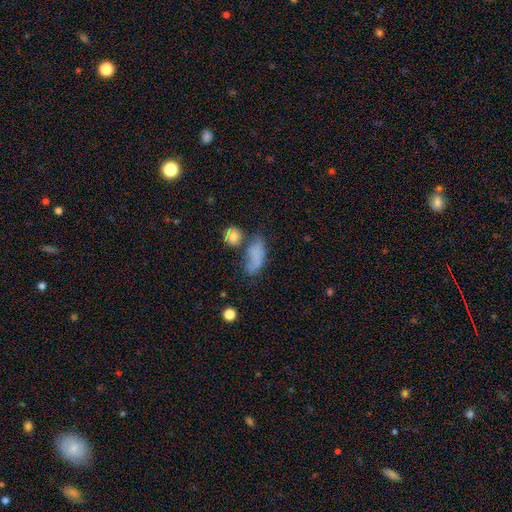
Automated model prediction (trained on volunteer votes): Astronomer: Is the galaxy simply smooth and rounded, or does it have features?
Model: smooth — 71%.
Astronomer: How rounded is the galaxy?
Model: in between — 76%.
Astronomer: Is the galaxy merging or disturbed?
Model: none — 38% (runner-up: minor disturbance, 25%).